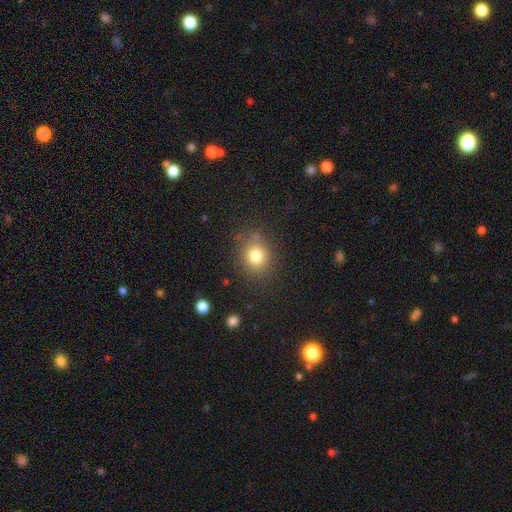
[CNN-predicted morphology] Q: Smooth or featured?
A: smooth (79%); runner-up: star or artifact (13%)
Q: How rounded?
A: round (72%); runner-up: in between (27%)
Q: Merging?
A: none (81%); runner-up: minor disturbance (12%)